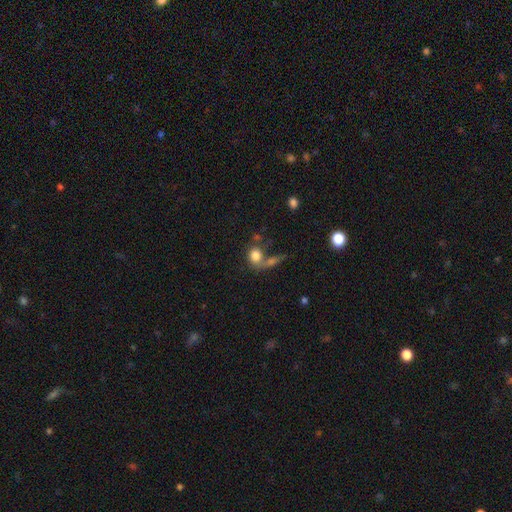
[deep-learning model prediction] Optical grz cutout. It shows a smooth galaxy with no disk features (76%) that is round (62%). Merging: merger (41%).